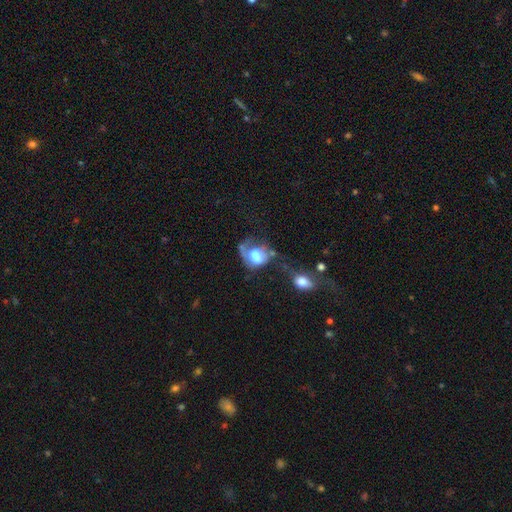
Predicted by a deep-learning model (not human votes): smooth_or_featured: smooth (p=0.50) [alt: featured or disk p=0.42]
merging: major disturbance (p=0.37) [alt: merger p=0.26]